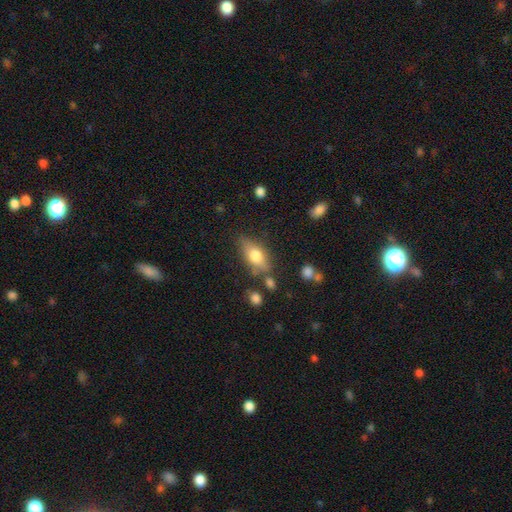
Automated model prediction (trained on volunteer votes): smooth 65%, featured or disk 28%, star or artifact 8%. Down the decision tree: how rounded — in between (79%); merging — none (70%).